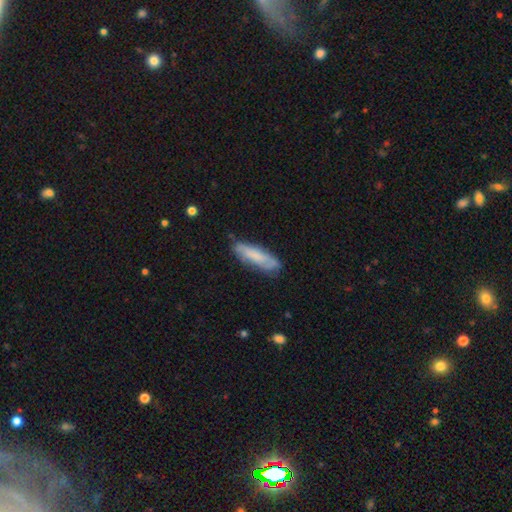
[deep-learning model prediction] Q: Smooth or featured?
A: smooth (66%); runner-up: featured or disk (27%)
Q: How rounded?
A: cigar-shaped (63%); runner-up: in between (35%)
Q: Merging?
A: none (72%); runner-up: minor disturbance (21%)